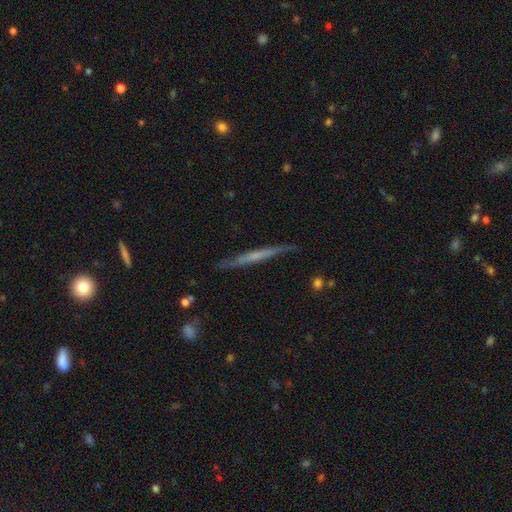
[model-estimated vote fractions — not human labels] smooth-or-featured: featured or disk: 58% | smooth: 36% | star or artifact: 6%
  disk-edge-on: yes: 93% | no: 7%
    edge-on-bulge: none: 70% | rounded: 19% | boxy: 10%
  merging: none: 81% | minor disturbance: 15% | major disturbance: 3% | merger: 2%